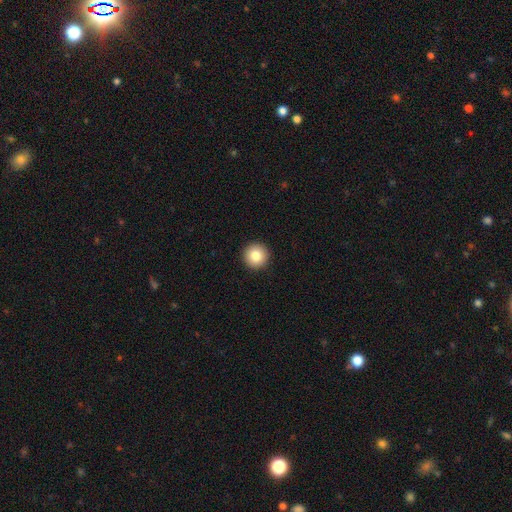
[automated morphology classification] This appears to be a smooth galaxy with no disk features (83%) that is round (97%). Merging: none (94%).